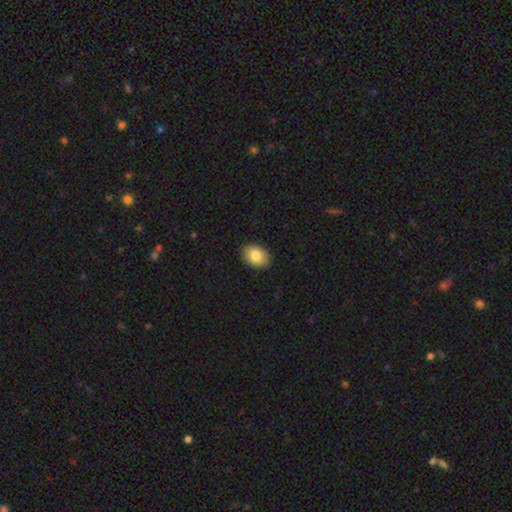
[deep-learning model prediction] Q: Smooth or featured?
A: smooth (84%); runner-up: featured or disk (9%)
Q: How rounded?
A: in between (77%); runner-up: round (22%)
Q: Merging?
A: none (90%); runner-up: minor disturbance (7%)